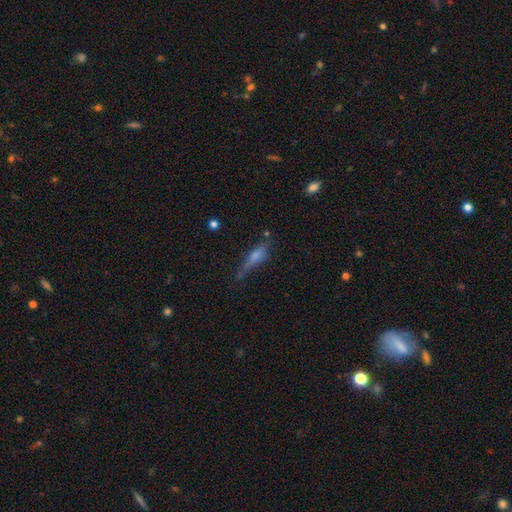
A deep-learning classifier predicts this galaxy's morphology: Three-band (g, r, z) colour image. It shows a smooth galaxy with no disk features (50%). Merging: none (53%).